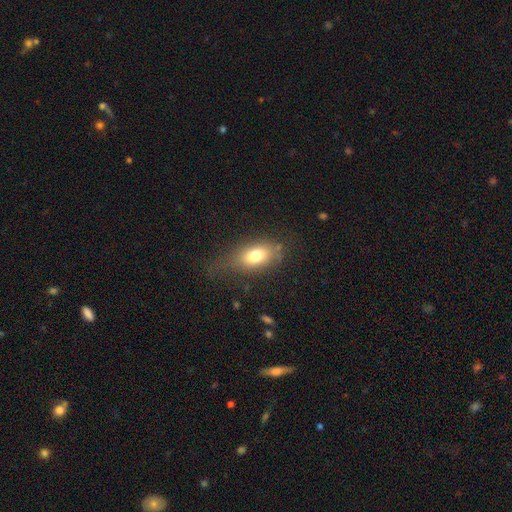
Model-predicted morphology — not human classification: Overall: smooth (74%). How rounded: in between (84%). Merging: none (54%; minor disturbance 27%).